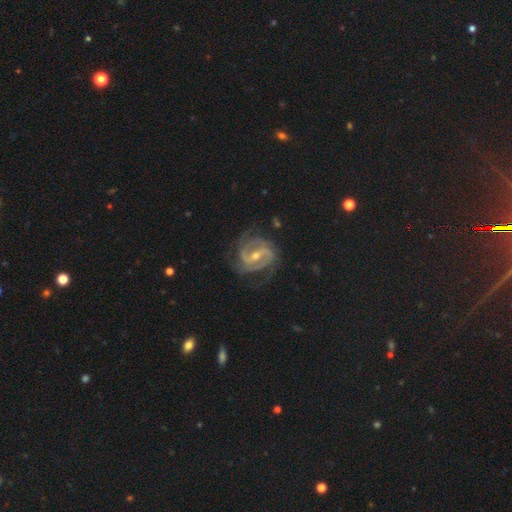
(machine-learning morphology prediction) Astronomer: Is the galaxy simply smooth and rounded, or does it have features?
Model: featured or disk — 90%.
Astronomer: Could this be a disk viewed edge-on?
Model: no — 97%.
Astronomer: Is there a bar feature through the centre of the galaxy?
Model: strong — 47% (runner-up: weak, 39%).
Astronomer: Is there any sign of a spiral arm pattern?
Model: yes — 97%.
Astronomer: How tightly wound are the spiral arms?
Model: tight — 51% (runner-up: medium, 40%).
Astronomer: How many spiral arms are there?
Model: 2 — 59%.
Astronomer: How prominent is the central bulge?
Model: moderate — 53% (runner-up: small, 44%).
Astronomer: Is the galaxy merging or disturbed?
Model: none — 74%.